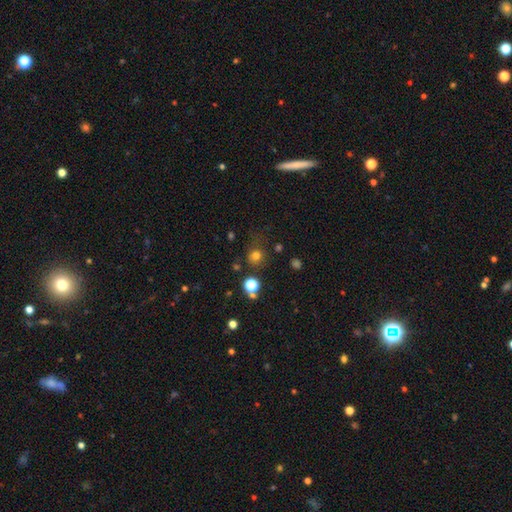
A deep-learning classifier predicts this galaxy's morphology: smooth_or_featured: smooth (p=0.73) [alt: star or artifact p=0.20]
how_rounded: round (p=0.88) [alt: in between p=0.11]
merging: none (p=0.74) [alt: minor disturbance p=0.14]